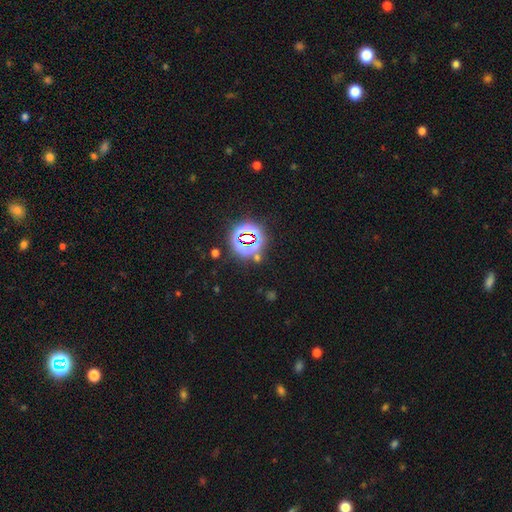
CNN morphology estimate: Smooth or featured?
  - star or artifact: 76% *
  - smooth: 15%
  - featured or disk: 9%